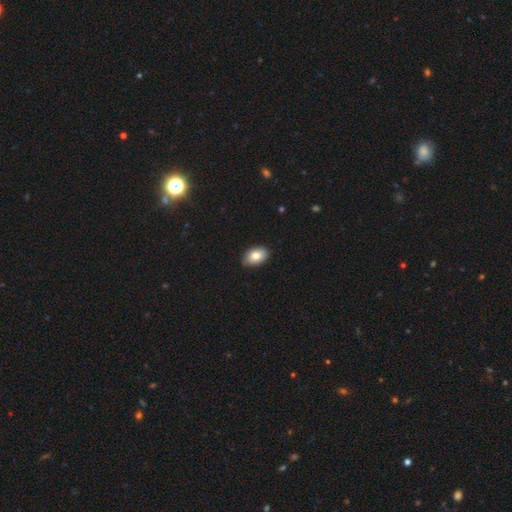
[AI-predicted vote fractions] smooth 80%, featured or disk 13%, star or artifact 8%. Down the decision tree: how rounded — in between (89%); merging — none (84%).